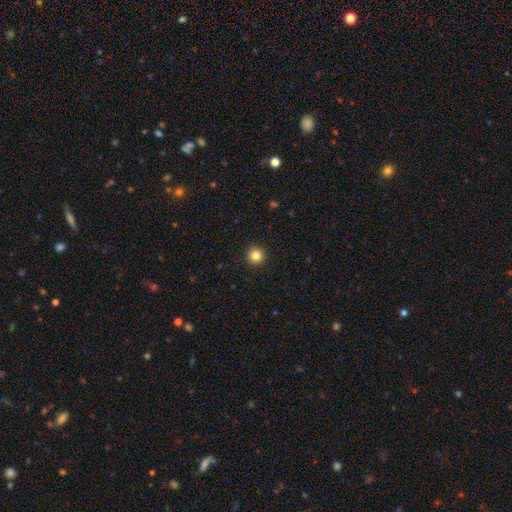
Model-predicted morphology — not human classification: type=smooth (84%); roundness=round (95%); merging=none (93%).